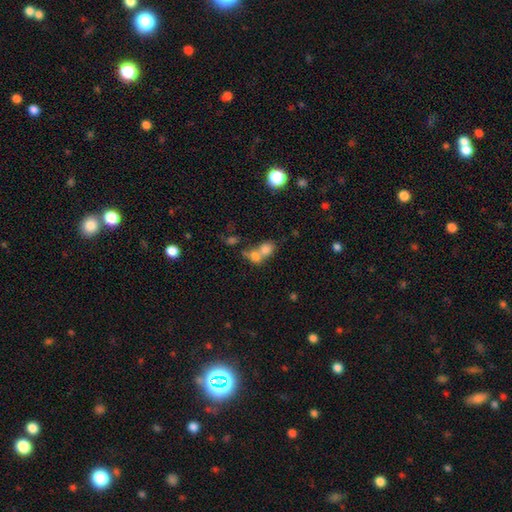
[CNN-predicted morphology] Smooth or featured? Predicted: smooth (p=0.73). How rounded? Predicted: round (p=0.50). Merging? Predicted: merger (p=0.68).